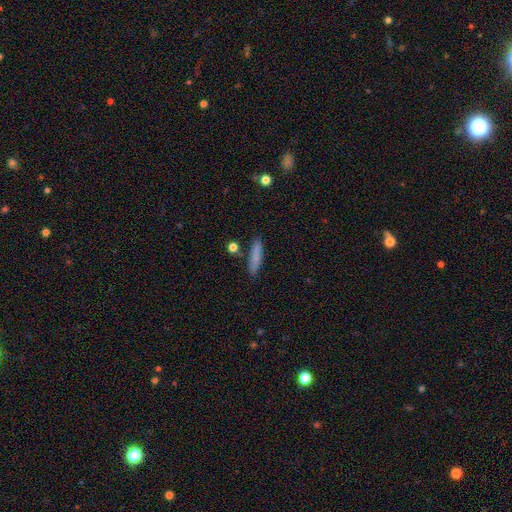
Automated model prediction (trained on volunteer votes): Q: Smooth or featured?
A: smooth (81%); runner-up: featured or disk (12%)
Q: How rounded?
A: cigar-shaped (83%); runner-up: in between (15%)
Q: Merging?
A: none (83%); runner-up: minor disturbance (11%)